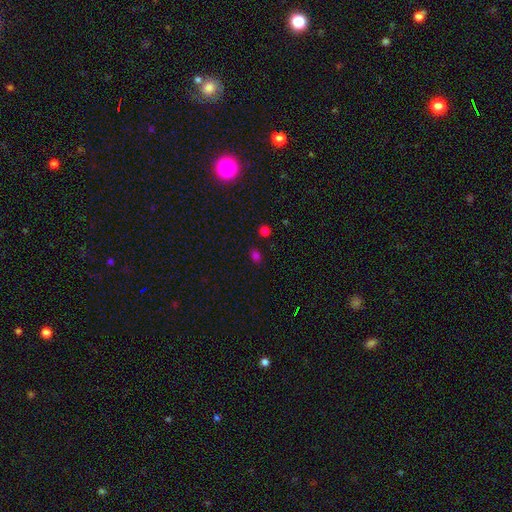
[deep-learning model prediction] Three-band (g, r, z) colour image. It shows a smooth galaxy with no disk features (73%) that is in between round and cigar-shaped (61%). Merging: none (83%).